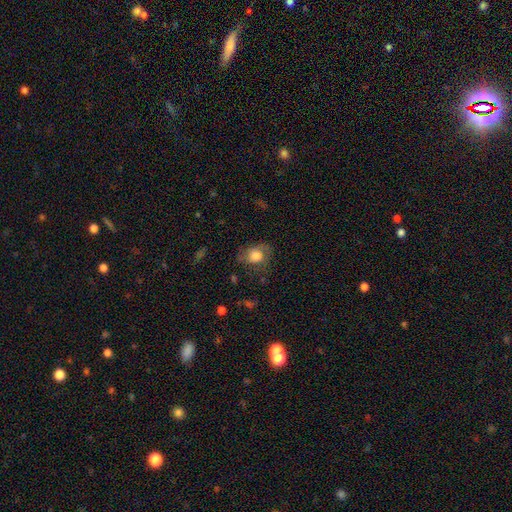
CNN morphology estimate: Smooth or featured? Predicted: smooth (p=0.60). How rounded? Predicted: in between (p=0.52). Merging? Predicted: none (p=0.56).